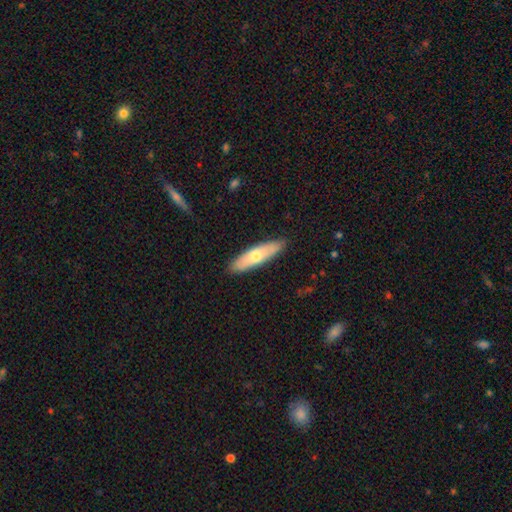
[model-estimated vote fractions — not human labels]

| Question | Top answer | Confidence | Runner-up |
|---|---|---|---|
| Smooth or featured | smooth | 60% | featured or disk (34%) |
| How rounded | cigar-shaped | 61% | in between (37%) |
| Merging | none | 88% | minor disturbance (9%) |